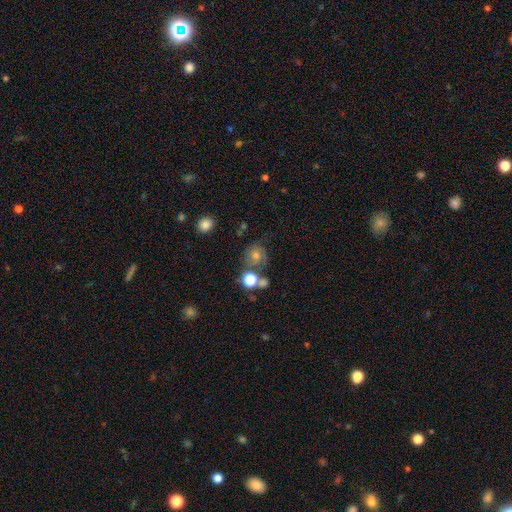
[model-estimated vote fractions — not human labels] Smooth or featured: smooth — 49% (featured or disk — 30%)
Merging: none — 60% (minor disturbance — 17%)